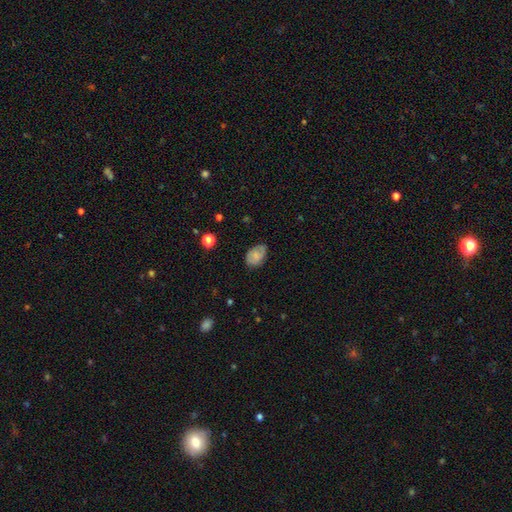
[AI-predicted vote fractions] Q: Smooth or featured?
A: smooth (64%); runner-up: featured or disk (27%)
Q: How rounded?
A: in between (84%); runner-up: round (15%)
Q: Merging?
A: none (70%); runner-up: minor disturbance (23%)